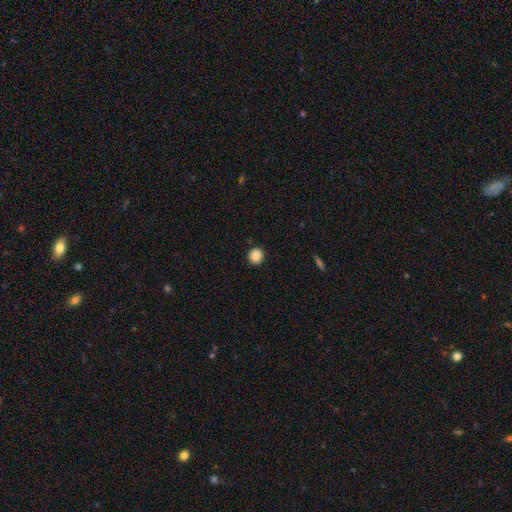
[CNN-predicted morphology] Q: Smooth or featured?
A: smooth (88%); runner-up: star or artifact (9%)
Q: How rounded?
A: round (91%); runner-up: in between (8%)
Q: Merging?
A: none (91%); runner-up: minor disturbance (6%)